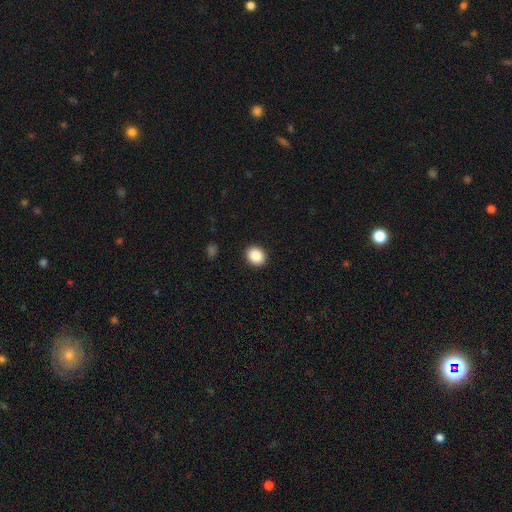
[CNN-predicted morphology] This is clearly a smooth galaxy (88%). How rounded: possibly round (57%). Merging: clearly none (91%).